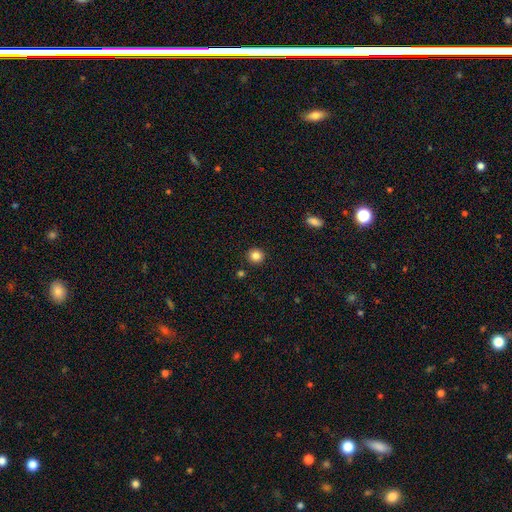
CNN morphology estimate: A smooth galaxy with no disk features (84%) that is round (93%).

Vote fractions:
- Smooth or featured? smooth: 84% / star or artifact: 11% / featured or disk: 5%
- How rounded? round: 93% / in between: 6% / cigar-shaped: 1%
- Merging? none: 91% / minor disturbance: 5% / merger: 2% / major disturbance: 2%